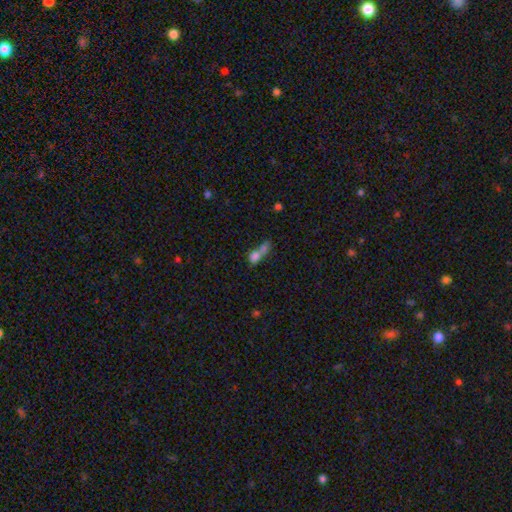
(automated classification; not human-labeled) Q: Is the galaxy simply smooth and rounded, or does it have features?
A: smooth — 74%.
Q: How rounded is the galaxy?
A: in between — 53%.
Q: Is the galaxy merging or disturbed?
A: merger — 67%.